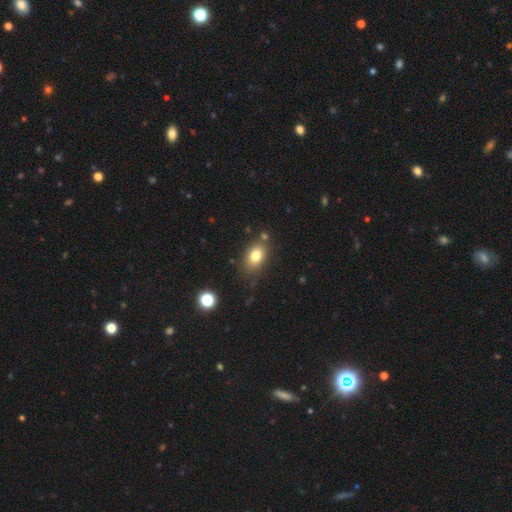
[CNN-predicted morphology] smooth-or-featured: smooth: 79% | featured or disk: 11% | star or artifact: 10%
  how-rounded: in between: 80% | round: 18% | cigar-shaped: 2%
  merging: none: 72% | minor disturbance: 16% | merger: 7% | major disturbance: 5%